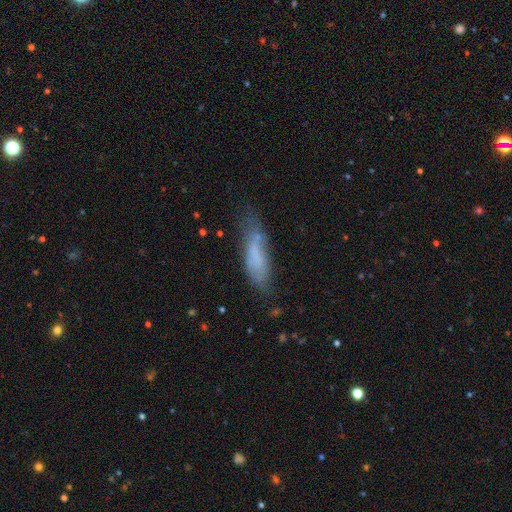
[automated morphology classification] type=smooth (65%); roundness=cigar-shaped (61%); merging=none (54%).